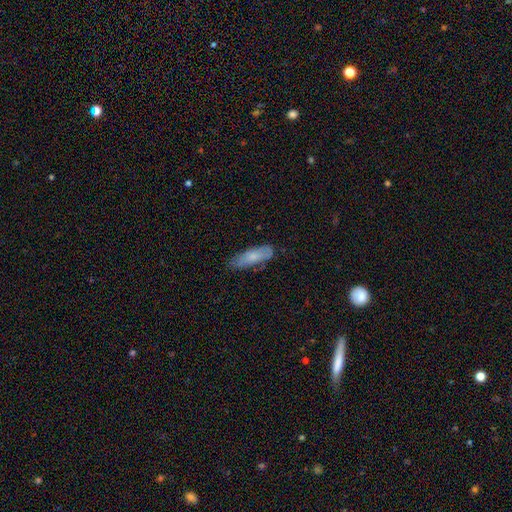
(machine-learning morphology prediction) Q: Smooth or featured?
A: smooth (69%); runner-up: featured or disk (25%)
Q: How rounded?
A: in between (60%); runner-up: cigar-shaped (38%)
Q: Merging?
A: none (67%); runner-up: minor disturbance (25%)